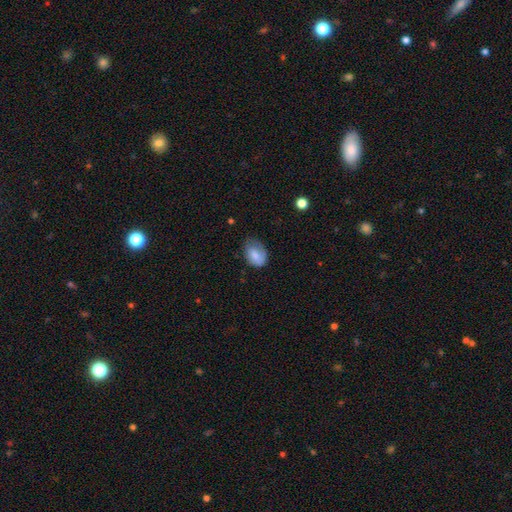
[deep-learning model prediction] smooth 72%, featured or disk 20%, star or artifact 7%. Down the decision tree: how rounded — in between (81%); merging — none (52%).